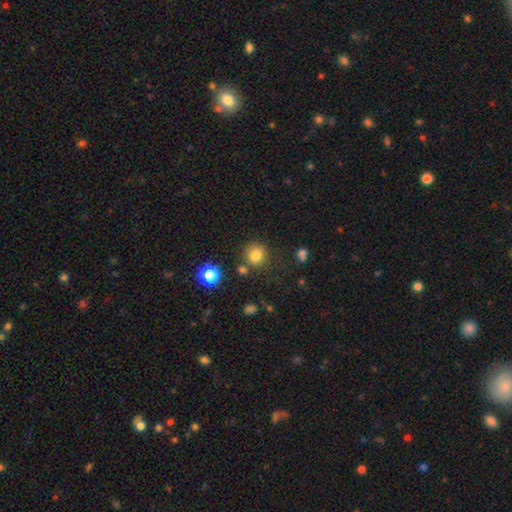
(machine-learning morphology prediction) smooth 79%, star or artifact 14%, featured or disk 6%. Down the decision tree: how rounded — round (91%); merging — none (79%).